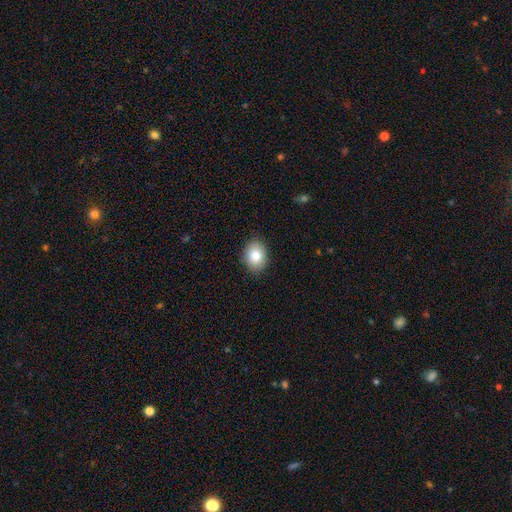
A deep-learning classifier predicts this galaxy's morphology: Overall: smooth (83%). How rounded: in between (64%; round 35%). Merging: none (88%).